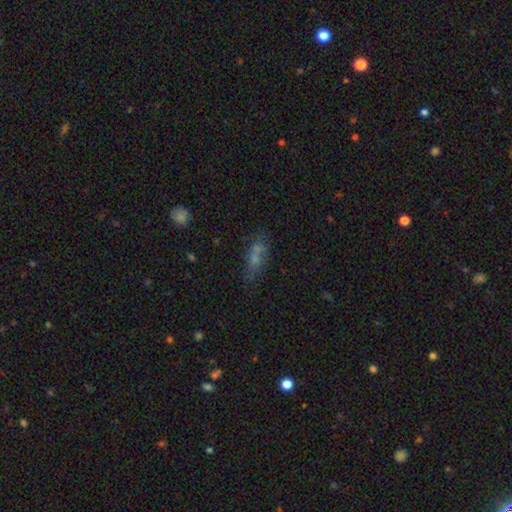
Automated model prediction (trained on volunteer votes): Smooth or featured? smooth (55%)
How rounded? in between (56%)
Merging? none (53%)